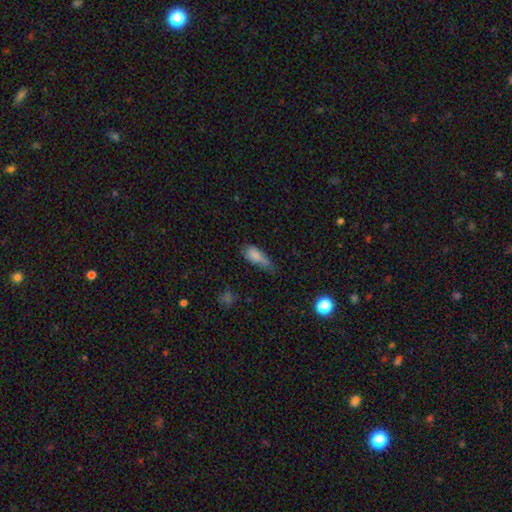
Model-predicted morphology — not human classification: smooth_or_featured: smooth (p=0.79) [alt: featured or disk p=0.12]
how_rounded: in between (p=0.75) [alt: cigar-shaped p=0.22]
merging: minor disturbance (p=0.43) [alt: none p=0.32]